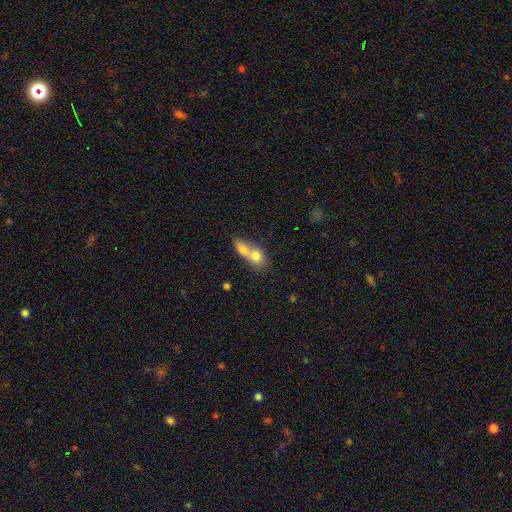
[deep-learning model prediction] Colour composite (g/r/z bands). It shows a smooth galaxy with no disk features (72%) that is in between round and cigar-shaped (56%). Merging: merger (76%).